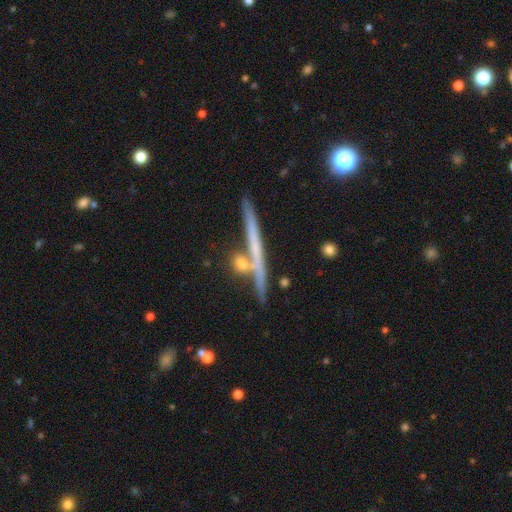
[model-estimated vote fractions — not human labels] A featured or disk galaxy (61%) viewed edge-on (96%) with no central bulge (78%).

Vote fractions:
- Smooth or featured? featured or disk: 61% / smooth: 31% / star or artifact: 8%
- Edge-on disk? yes: 96% / no: 4%
- Edge-on bulge? none: 78% / rounded: 17% / boxy: 5%
- Merging? none: 76% / merger: 11% / minor disturbance: 10% / major disturbance: 3%